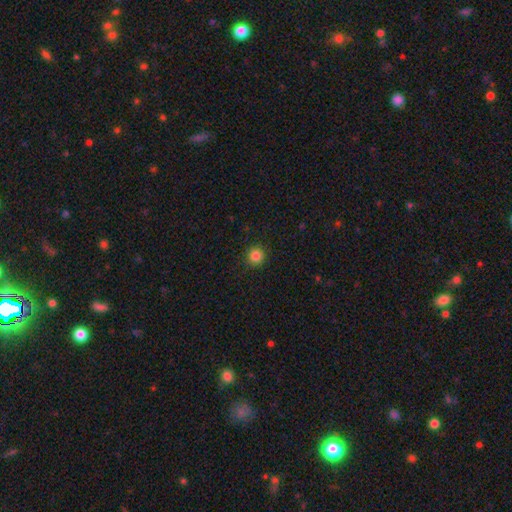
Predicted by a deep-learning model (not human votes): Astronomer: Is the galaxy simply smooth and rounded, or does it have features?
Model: smooth — 84%.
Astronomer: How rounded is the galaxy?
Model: round — 94%.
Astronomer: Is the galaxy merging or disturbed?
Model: none — 91%.